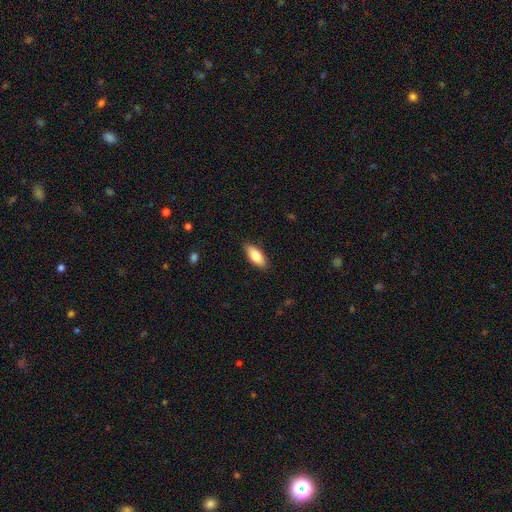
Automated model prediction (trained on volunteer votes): A smooth galaxy with no disk features (83%) that is in between round and cigar-shaped (81%). Merging: none (87%).